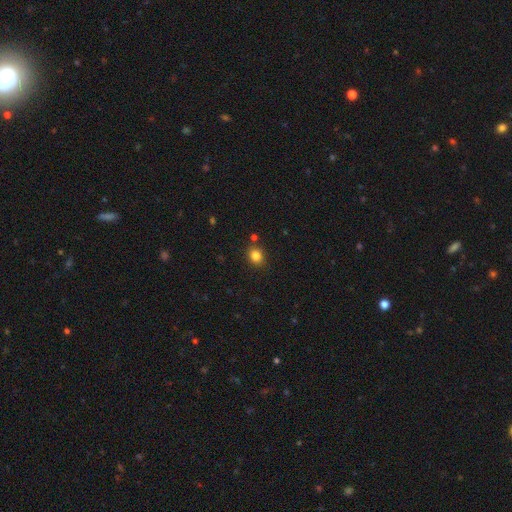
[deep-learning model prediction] Overall: smooth (83%). How rounded: round (68%; in between 32%). Merging: none (84%).